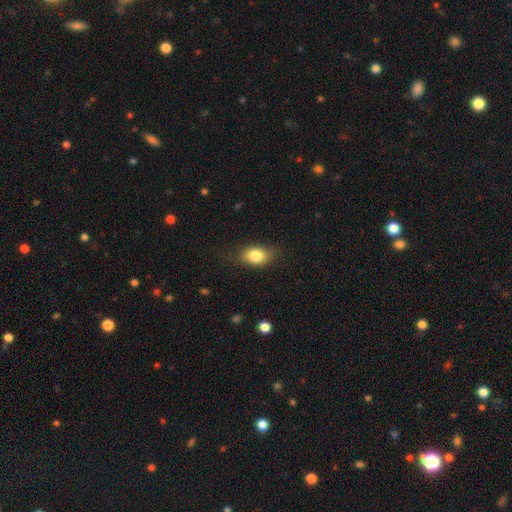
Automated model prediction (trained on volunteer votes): smooth_or_featured: smooth (p=0.82) [alt: featured or disk p=0.10]
how_rounded: in between (p=0.81) [alt: round p=0.16]
merging: none (p=0.76) [alt: minor disturbance p=0.18]